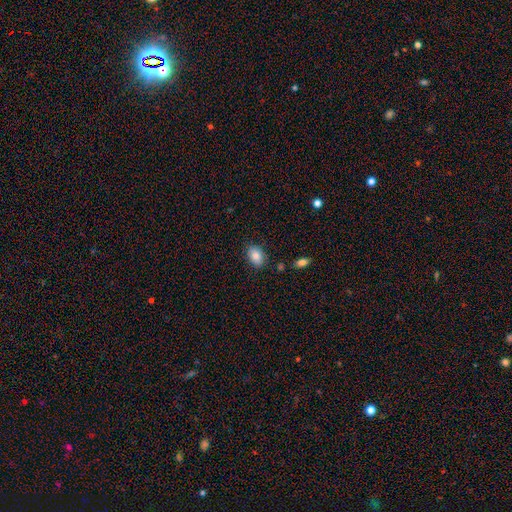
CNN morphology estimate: type=smooth (83%); roundness=in between (84%); merging=none (83%).